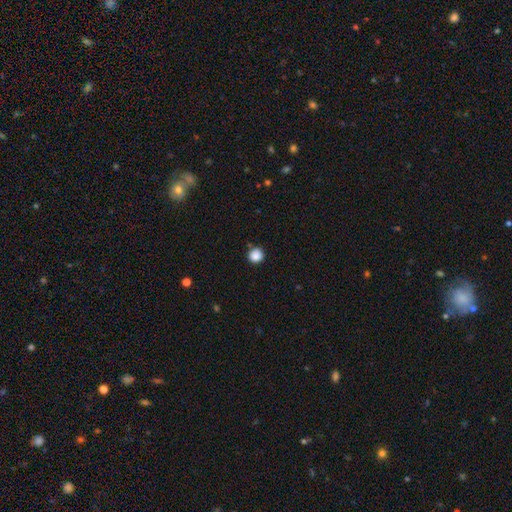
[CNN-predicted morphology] This is clearly a smooth galaxy (87%). How rounded: clearly round (93%). Merging: clearly none (86%).